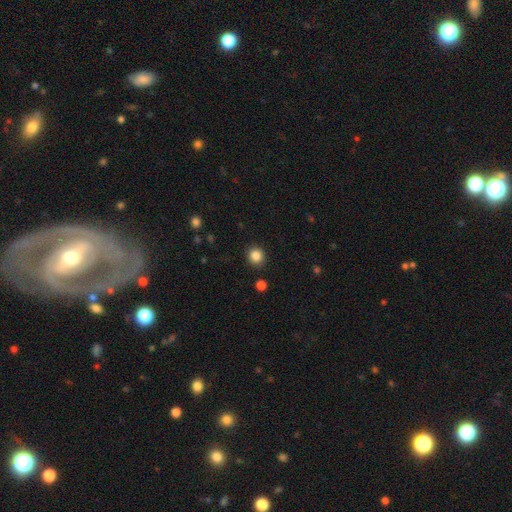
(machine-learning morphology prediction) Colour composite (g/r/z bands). It shows a smooth galaxy with no disk features (86%) that is round (89%). Merging: none (90%).